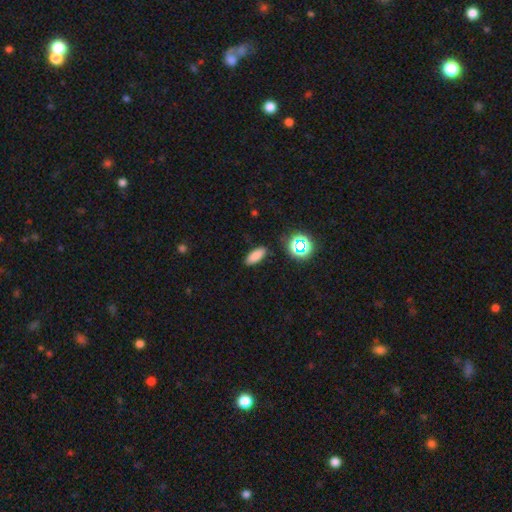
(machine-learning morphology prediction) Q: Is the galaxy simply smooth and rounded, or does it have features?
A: smooth — 80%.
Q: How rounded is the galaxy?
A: in between — 76%.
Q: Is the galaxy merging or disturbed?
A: none — 87%.